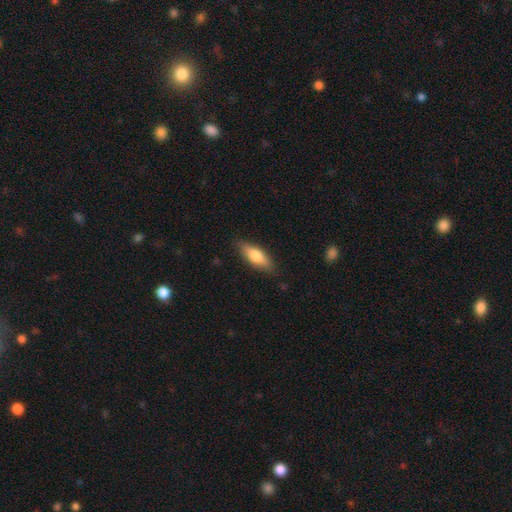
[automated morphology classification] The model was most divided on "how rounded": in between: 67%, cigar-shaped: 31%, round: 2%. More confident: merging — none (83%); smooth or featured — smooth (74%).